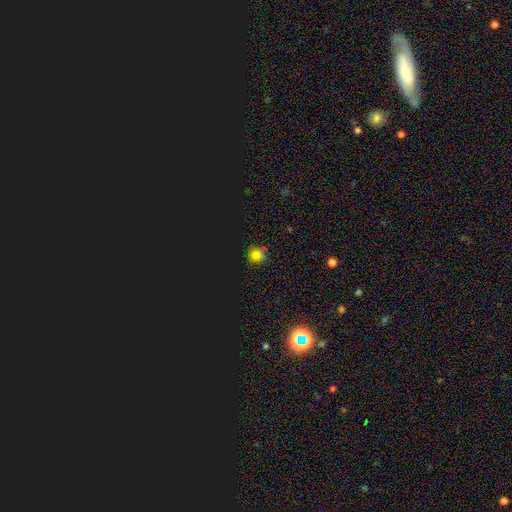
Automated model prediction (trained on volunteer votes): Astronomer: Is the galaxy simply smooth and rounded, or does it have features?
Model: star or artifact — 47% (runner-up: smooth, 46%).